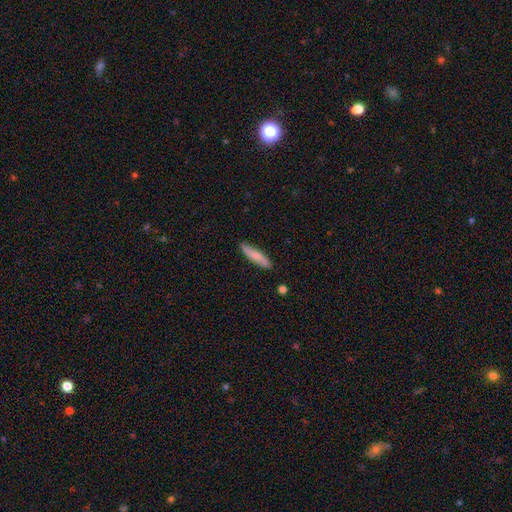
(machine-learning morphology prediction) A smooth galaxy with no disk features (74%) that is cigar-shaped (81%). Merging: none (86%).